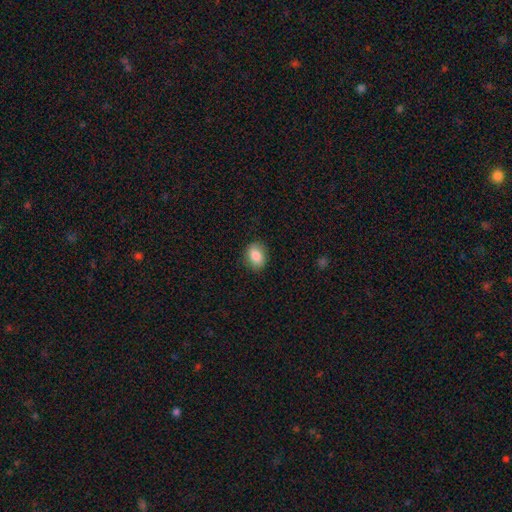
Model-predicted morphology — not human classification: Overall: smooth (85%). How rounded: in between (70%). Merging: none (86%).